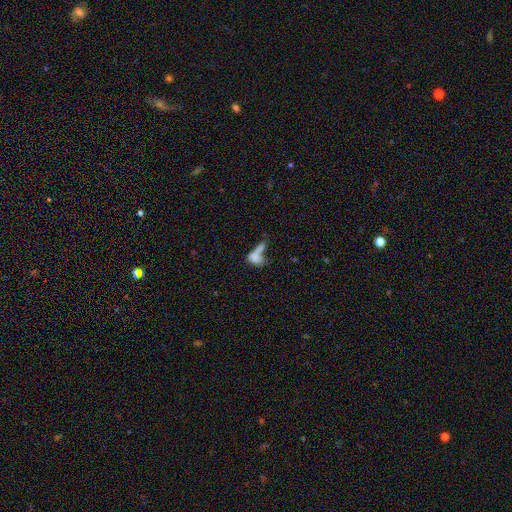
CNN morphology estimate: type=smooth (69%); roundness=in between (73%); merging=merger (51%).